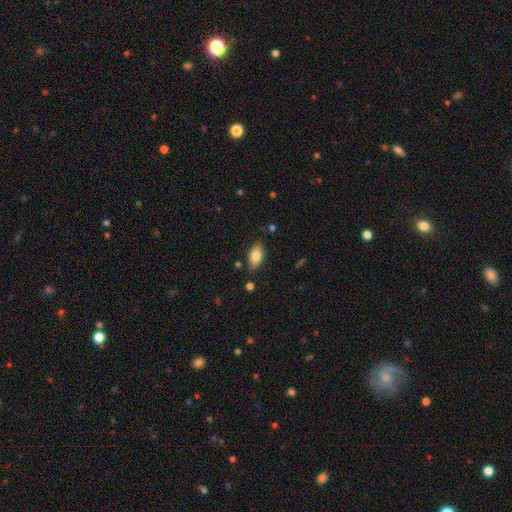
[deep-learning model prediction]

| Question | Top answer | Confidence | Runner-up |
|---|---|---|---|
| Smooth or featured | smooth | 81% | featured or disk (12%) |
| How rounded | in between | 91% | cigar-shaped (6%) |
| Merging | none | 83% | minor disturbance (12%) |